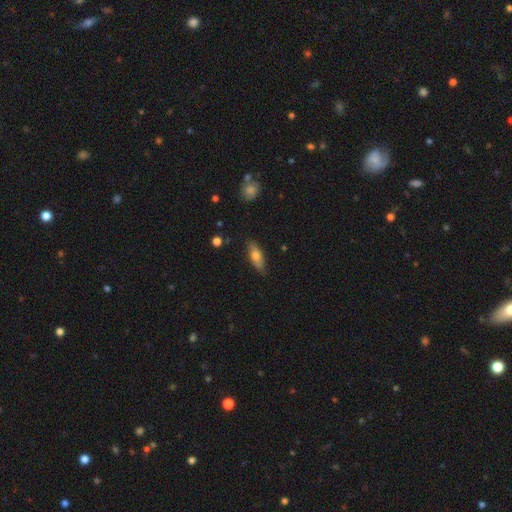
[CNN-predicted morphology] Q: Smooth or featured?
A: smooth (70%); runner-up: featured or disk (23%)
Q: How rounded?
A: in between (66%); runner-up: cigar-shaped (31%)
Q: Merging?
A: none (82%); runner-up: minor disturbance (14%)